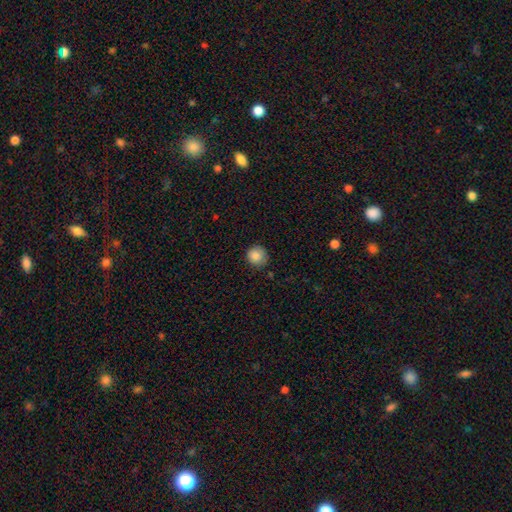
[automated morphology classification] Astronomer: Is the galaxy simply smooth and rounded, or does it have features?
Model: smooth — 86%.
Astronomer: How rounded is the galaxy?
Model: round — 92%.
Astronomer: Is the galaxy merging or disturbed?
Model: none — 80%.